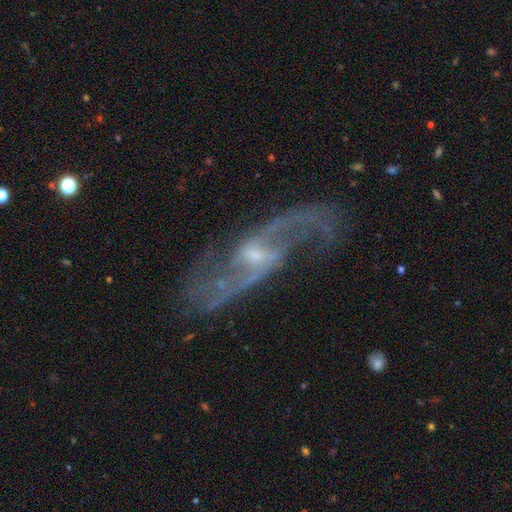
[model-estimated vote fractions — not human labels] Overall: featured or disk (89%). Edge-on disk: no (92%). Bar: weak (52%; no 33%). Spiral arms: yes (96%). Spiral arm count: 2 (85%). Spiral winding: loose (63%; medium 29%). Bulge size: small (62%; moderate 30%). Merging: none (70%).